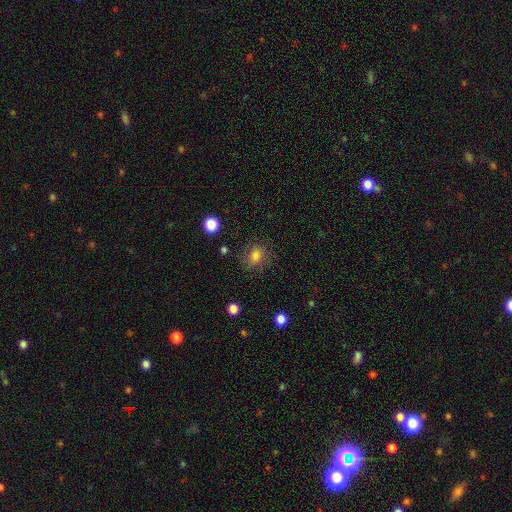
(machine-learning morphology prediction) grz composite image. It shows a smooth galaxy with no disk features (79%) that is round (54%). Merging: none (76%).